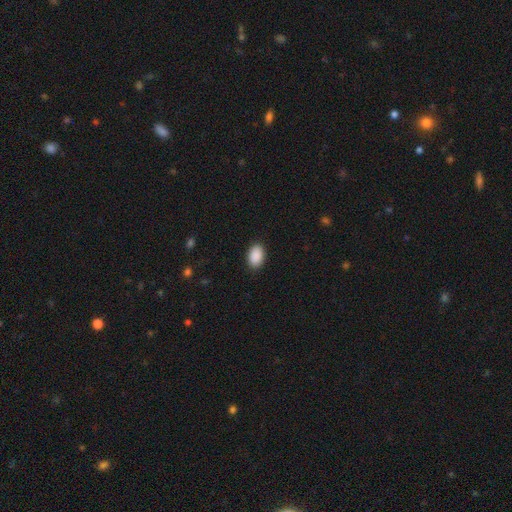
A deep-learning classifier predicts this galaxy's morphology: smooth-or-featured: smooth: 91% | star or artifact: 7% | featured or disk: 2%
  how-rounded: in between: 91% | round: 8% | cigar-shaped: 1%
  merging: none: 89% | minor disturbance: 8% | major disturbance: 2% | merger: 1%